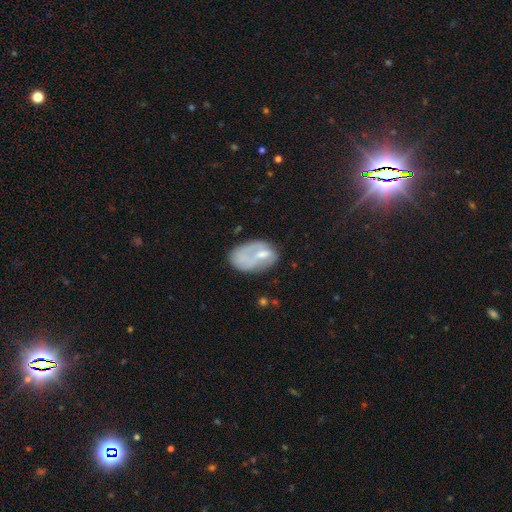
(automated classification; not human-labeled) The model was most divided on "smooth or featured": smooth: 45%, featured or disk: 44%, star or artifact: 11%. Remaining: merging — none (42%).